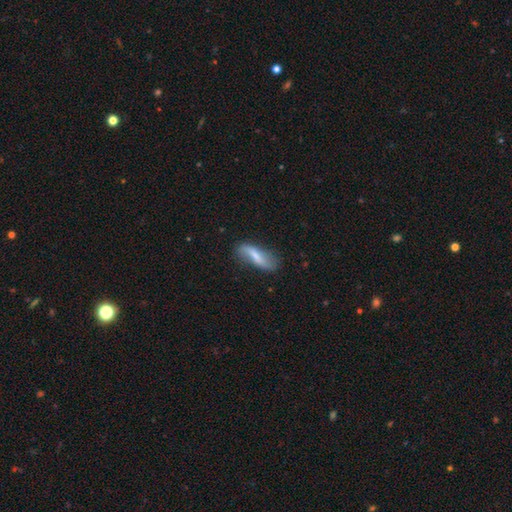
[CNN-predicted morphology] Smooth or featured: smooth — 49% (featured or disk — 44%)
Merging: none — 62% (minor disturbance — 26%)